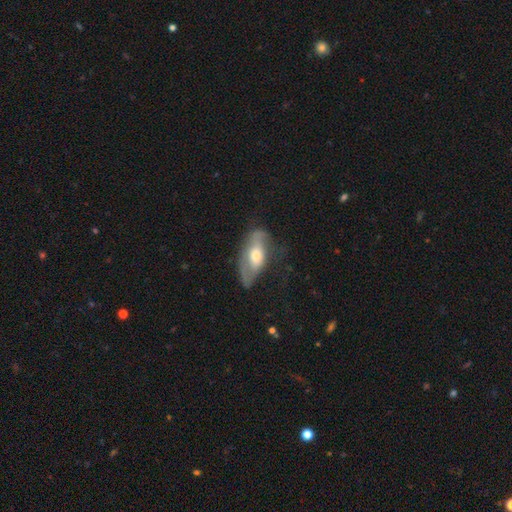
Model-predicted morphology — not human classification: A featured or disk galaxy (53%).

Vote fractions:
- Smooth or featured? featured or disk: 53% / smooth: 41% / star or artifact: 6%
- Edge-on disk? no: 77% / yes: 23%
- Merging? none: 48% / minor disturbance: 31% / major disturbance: 19% / merger: 2%